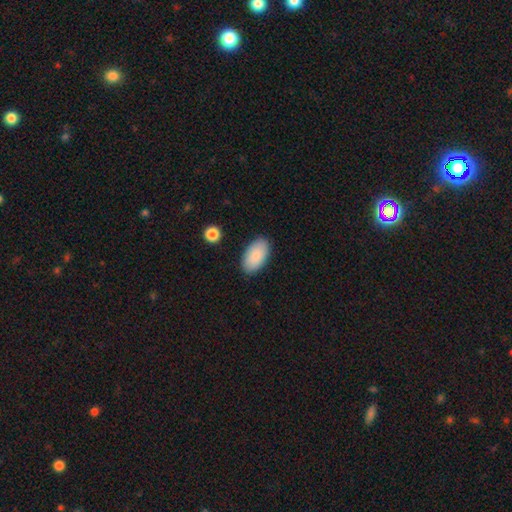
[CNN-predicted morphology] Overall: smooth (89%). How rounded: in between (96%). Merging: none (87%).